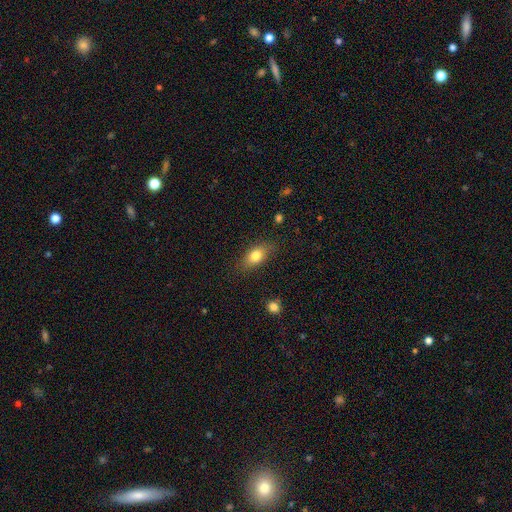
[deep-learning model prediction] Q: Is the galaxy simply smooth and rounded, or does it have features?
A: smooth — 78%.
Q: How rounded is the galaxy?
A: in between — 82%.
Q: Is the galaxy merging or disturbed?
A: none — 81%.